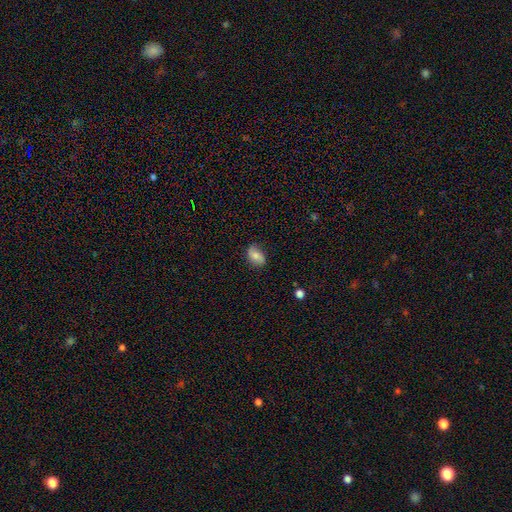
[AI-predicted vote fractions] A smooth galaxy with no disk features (69%) that is in between round and cigar-shaped (83%).

Vote fractions:
- Smooth or featured? smooth: 69% / featured or disk: 22% / star or artifact: 8%
- How rounded? in between: 83% / round: 15% / cigar-shaped: 2%
- Merging? none: 72% / minor disturbance: 22% / major disturbance: 5% / merger: 1%